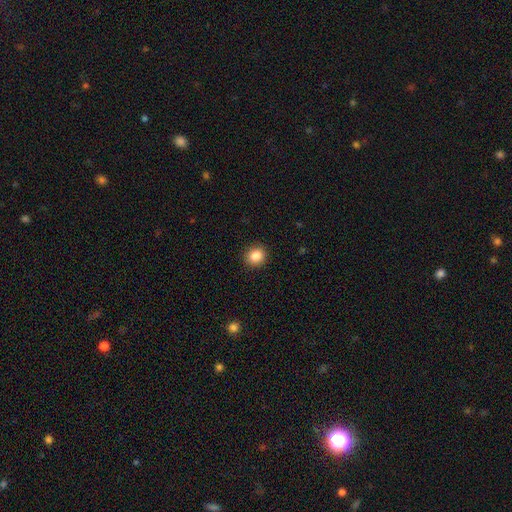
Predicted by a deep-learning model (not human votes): Smooth or featured? smooth (85%)
How rounded? round (77%)
Merging? none (91%)